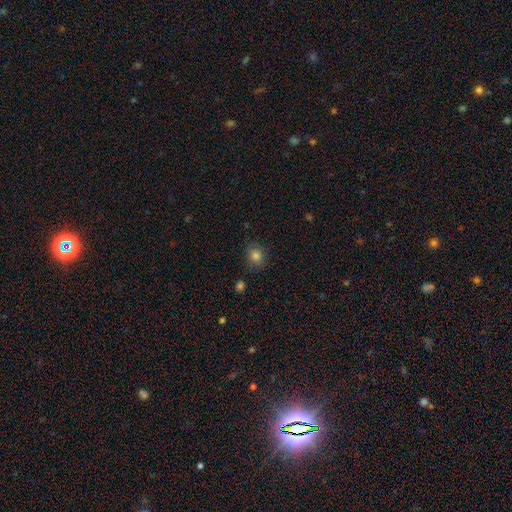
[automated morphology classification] smooth 82%, star or artifact 12%, featured or disk 6%. Down the decision tree: how rounded — round (72%); merging — none (82%).